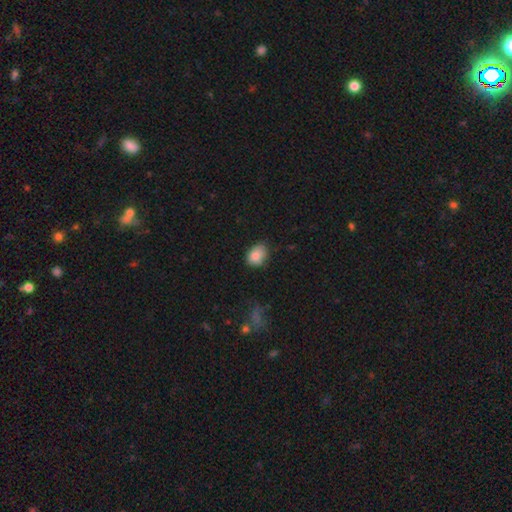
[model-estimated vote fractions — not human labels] This is clearly a smooth galaxy (83%). How rounded: likely in between (69%). Merging: likely none (61%).